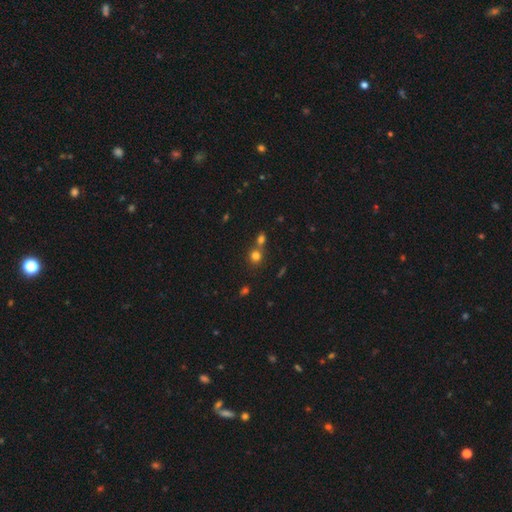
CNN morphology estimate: Smooth or featured? smooth (75%)
How rounded? round (84%)
Merging? none (53%)